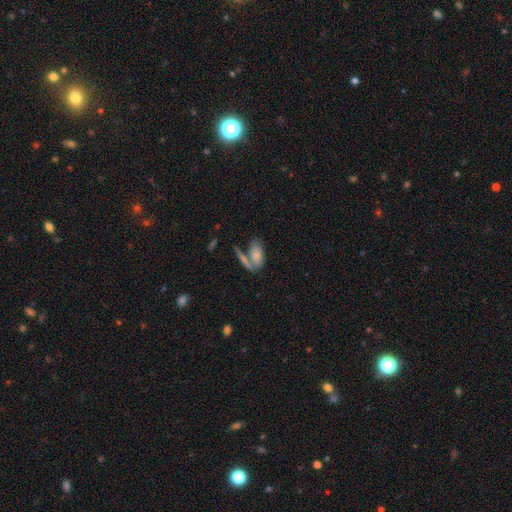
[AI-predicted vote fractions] A smooth galaxy with no disk features (69%) that is in between round and cigar-shaped (84%).

Vote fractions:
- Smooth or featured? smooth: 69% / featured or disk: 23% / star or artifact: 8%
- How rounded? in between: 84% / cigar-shaped: 12% / round: 5%
- Merging? merger: 40% / none: 38% / minor disturbance: 13% / major disturbance: 9%